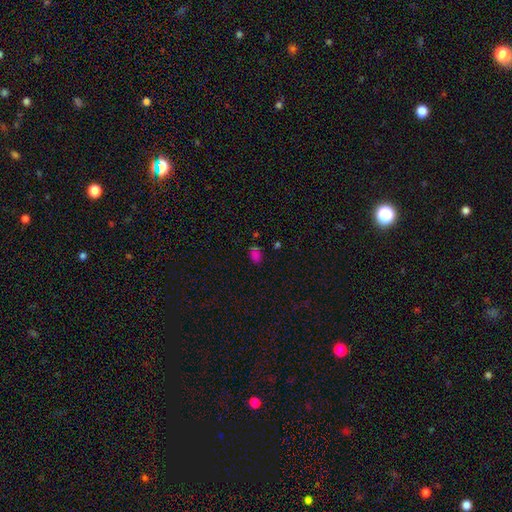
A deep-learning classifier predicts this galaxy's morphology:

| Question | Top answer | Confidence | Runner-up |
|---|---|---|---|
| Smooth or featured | smooth | 62% | star or artifact (32%) |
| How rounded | in between | 73% | round (25%) |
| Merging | none | 68% | minor disturbance (18%) |